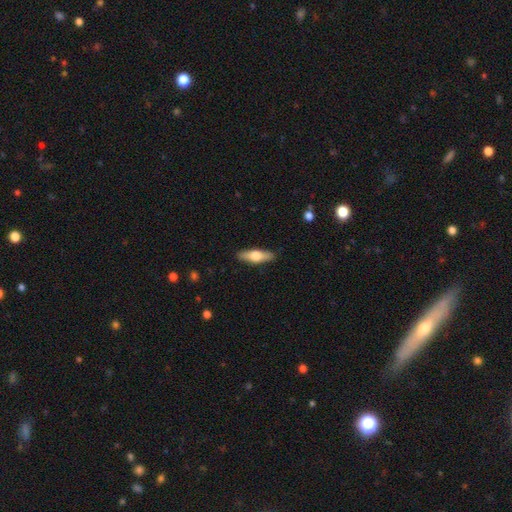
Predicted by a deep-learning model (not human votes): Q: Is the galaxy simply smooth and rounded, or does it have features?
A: smooth — 55%.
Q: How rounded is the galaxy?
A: cigar-shaped — 51%.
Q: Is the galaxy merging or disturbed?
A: none — 89%.